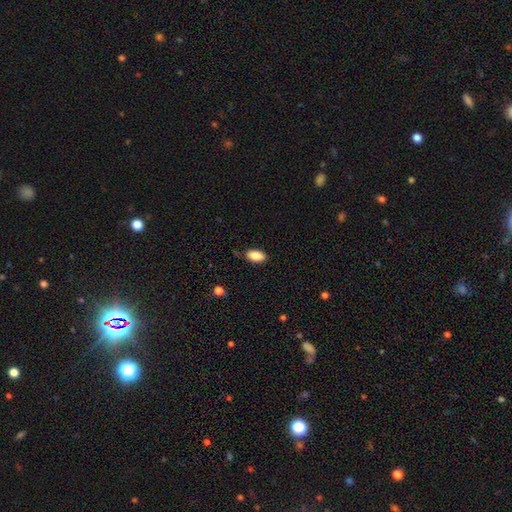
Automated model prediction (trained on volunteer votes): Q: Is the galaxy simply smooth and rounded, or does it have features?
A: smooth — 87%.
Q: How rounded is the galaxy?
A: in between — 93%.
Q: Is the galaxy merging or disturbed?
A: none — 83%.